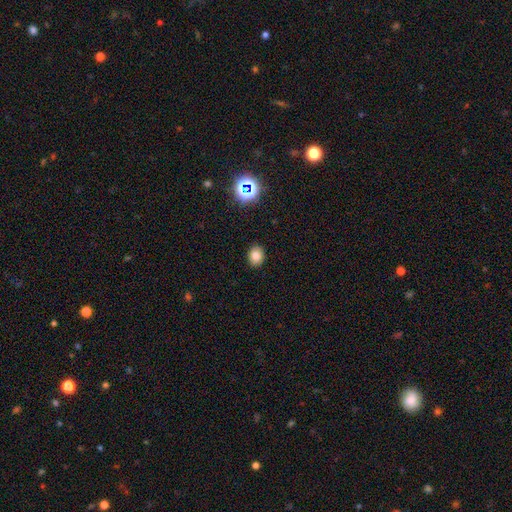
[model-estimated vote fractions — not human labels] Overall: smooth (78%). How rounded: round (53%; in between 47%). Merging: none (90%).